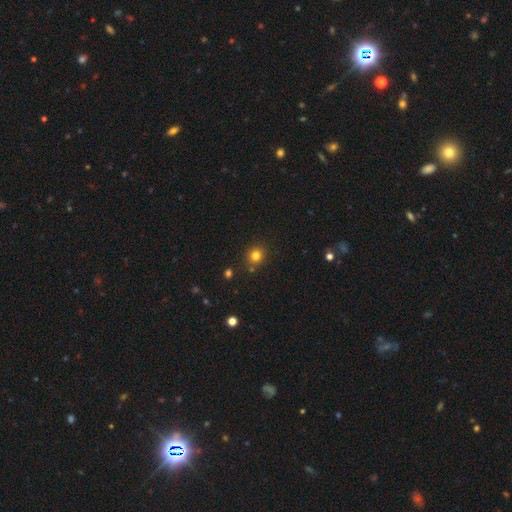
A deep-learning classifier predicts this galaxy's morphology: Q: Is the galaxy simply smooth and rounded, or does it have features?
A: smooth — 80%.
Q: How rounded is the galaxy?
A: round — 84%.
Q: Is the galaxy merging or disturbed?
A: none — 84%.